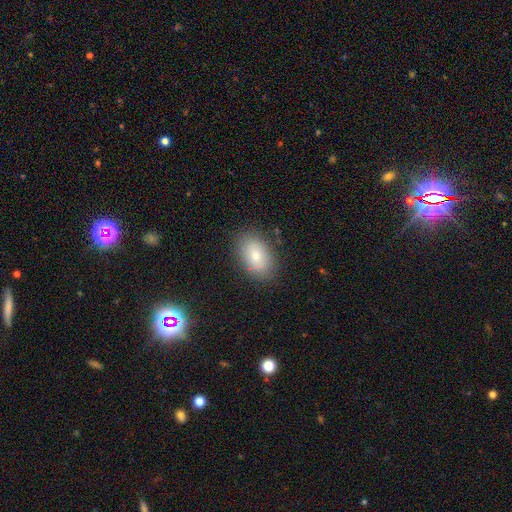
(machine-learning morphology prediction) This is likely a smooth galaxy (79%). How rounded: clearly in between (90%). Merging: clearly none (82%).